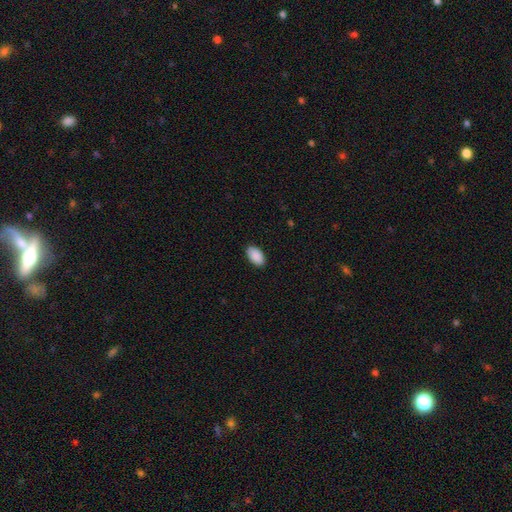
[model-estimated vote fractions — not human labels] Smooth or featured? Predicted: smooth (p=0.91). How rounded? Predicted: in between (p=0.96). Merging? Predicted: none (p=0.89).